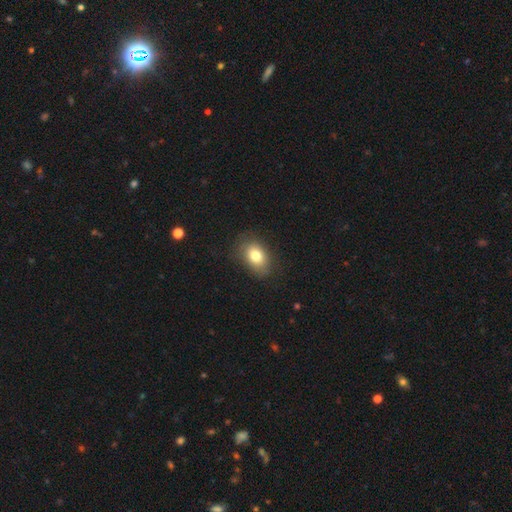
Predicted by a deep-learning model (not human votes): Q: Smooth or featured?
A: smooth (78%); runner-up: featured or disk (13%)
Q: How rounded?
A: in between (80%); runner-up: round (19%)
Q: Merging?
A: none (79%); runner-up: minor disturbance (15%)